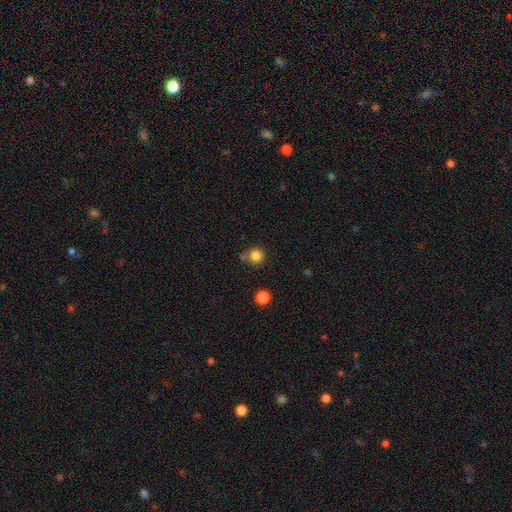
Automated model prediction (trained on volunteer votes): Morphology: type=smooth (83%); roundness=round (93%); merging=none (74%).